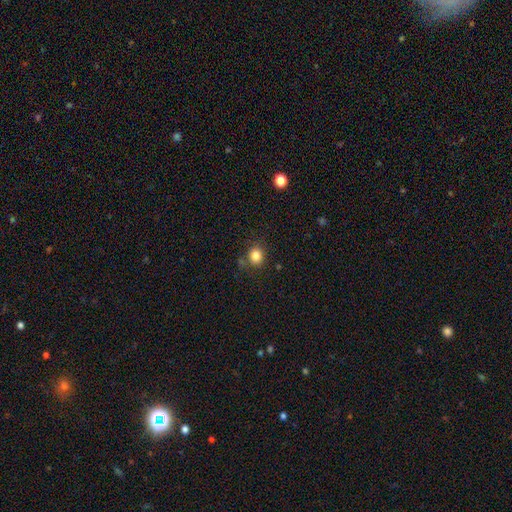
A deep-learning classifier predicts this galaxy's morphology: smooth-or-featured: smooth: 83% | star or artifact: 12% | featured or disk: 6%
  how-rounded: round: 78% | in between: 21% | cigar-shaped: 1%
  merging: none: 78% | minor disturbance: 12% | merger: 6% | major disturbance: 4%